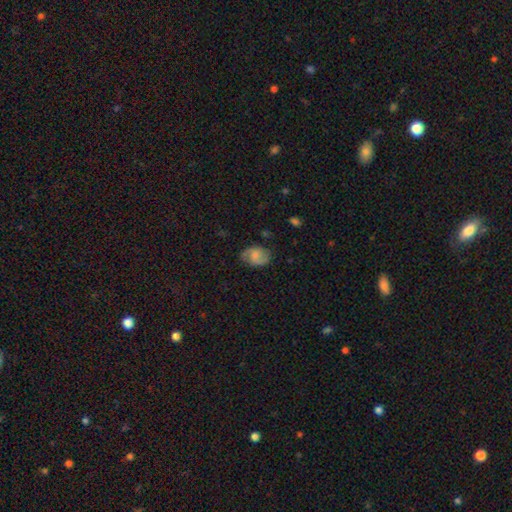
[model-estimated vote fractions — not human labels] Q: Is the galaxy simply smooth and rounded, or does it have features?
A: featured or disk — 54%.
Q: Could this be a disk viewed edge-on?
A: no — 97%.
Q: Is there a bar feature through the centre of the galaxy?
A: no — 50%.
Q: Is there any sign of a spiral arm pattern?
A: yes — 90%.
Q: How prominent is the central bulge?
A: none — 42%.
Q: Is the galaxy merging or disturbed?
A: none — 72%.